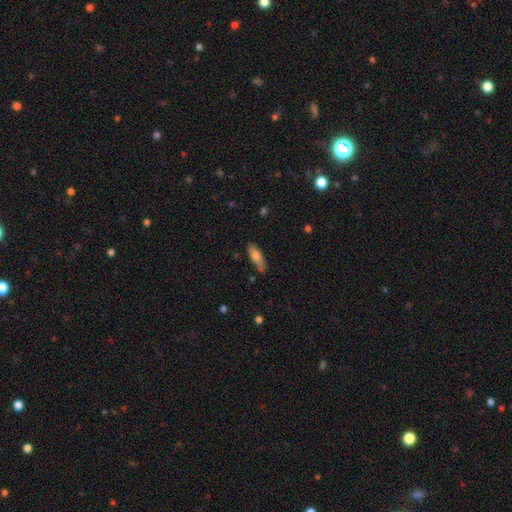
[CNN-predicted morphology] type=smooth (75%); roundness=in between (54%); merging=none (73%).